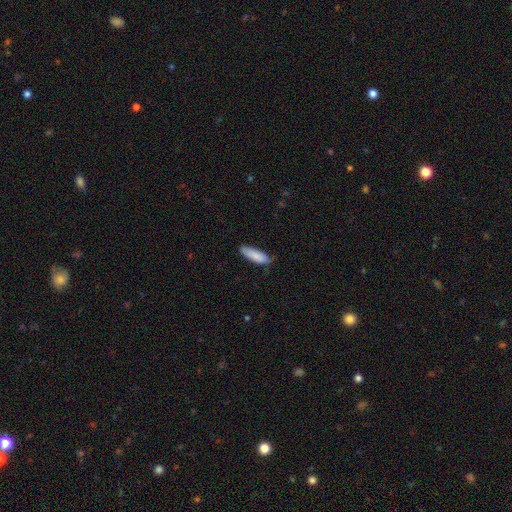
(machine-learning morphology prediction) A smooth galaxy with no disk features (85%) that is in between round and cigar-shaped (53%).

Vote fractions:
- Smooth or featured? smooth: 85% / featured or disk: 9% / star or artifact: 6%
- How rounded? in between: 53% / cigar-shaped: 46% / round: 2%
- Merging? none: 70% / minor disturbance: 25% / major disturbance: 4% / merger: 1%